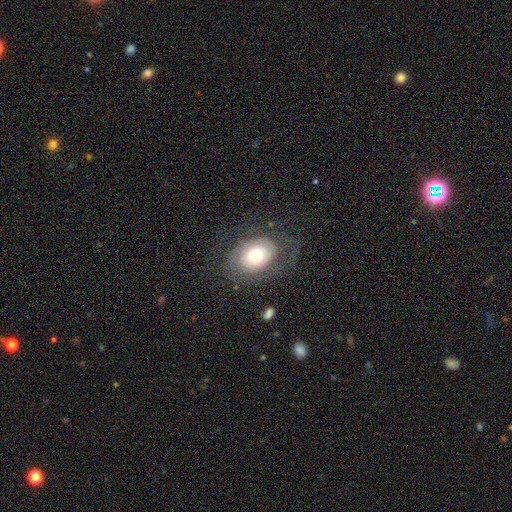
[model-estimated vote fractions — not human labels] smooth_or_featured: featured or disk (p=0.47) [alt: smooth p=0.45]
merging: none (p=0.60) [alt: major disturbance p=0.21]